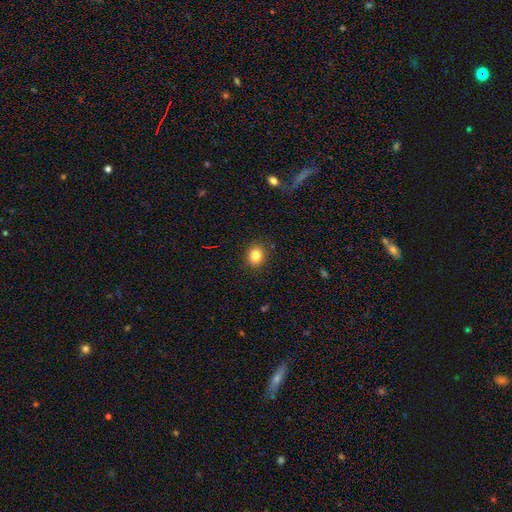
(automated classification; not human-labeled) This appears to be a smooth galaxy with no disk features (83%) that is round (54%). Merging: none (88%).